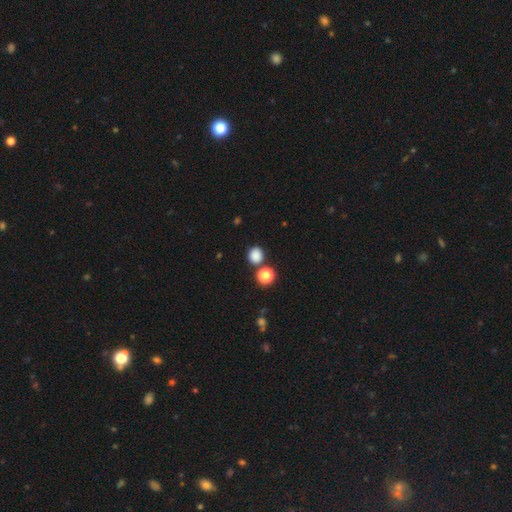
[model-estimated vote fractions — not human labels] smooth_or_featured: smooth (p=0.84) [alt: star or artifact p=0.13]
how_rounded: round (p=0.78) [alt: in between p=0.21]
merging: none (p=0.76) [alt: merger p=0.12]